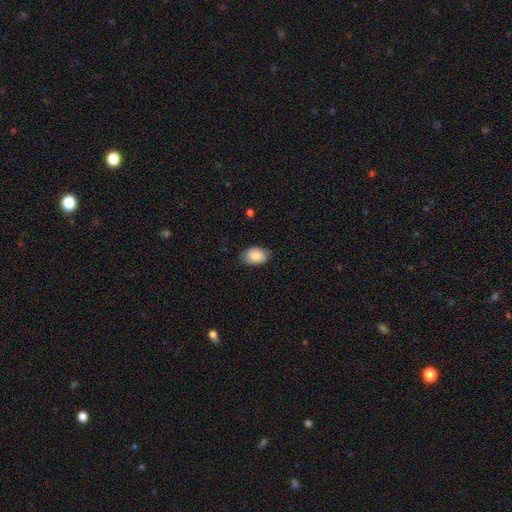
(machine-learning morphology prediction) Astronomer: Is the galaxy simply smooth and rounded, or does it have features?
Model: smooth — 86%.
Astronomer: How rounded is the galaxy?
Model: in between — 86%.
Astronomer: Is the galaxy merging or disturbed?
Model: none — 81%.